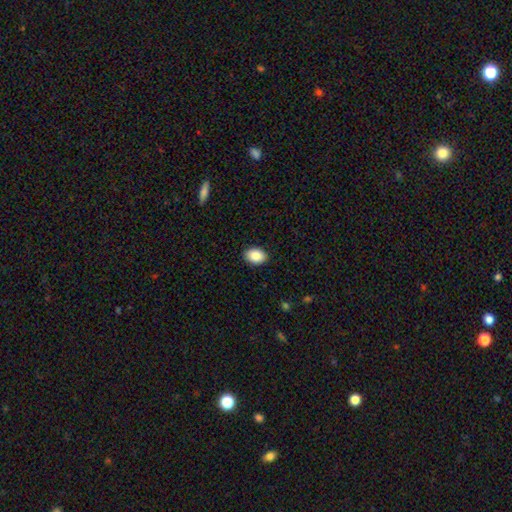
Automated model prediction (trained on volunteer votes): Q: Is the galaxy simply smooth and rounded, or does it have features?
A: smooth — 89%.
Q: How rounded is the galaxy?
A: in between — 80%.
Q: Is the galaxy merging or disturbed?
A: none — 90%.